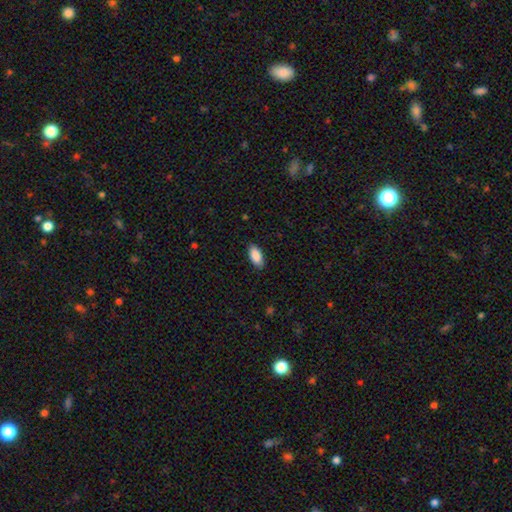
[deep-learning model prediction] This is clearly a smooth galaxy (89%). How rounded: clearly in between (91%). Merging: clearly none (87%).